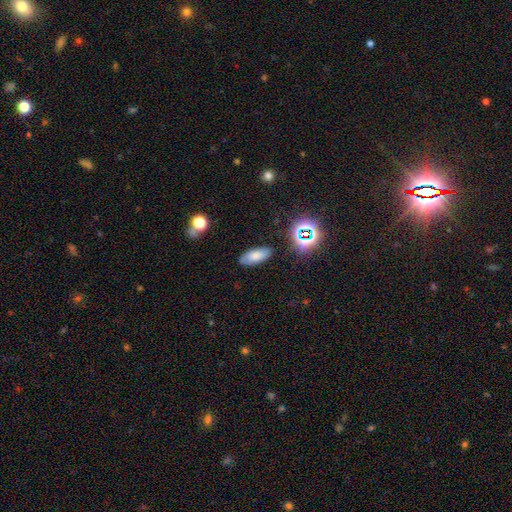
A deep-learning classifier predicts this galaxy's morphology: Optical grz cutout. It shows a smooth galaxy with no disk features (72%) that is in between round and cigar-shaped (83%). Merging: none (81%).